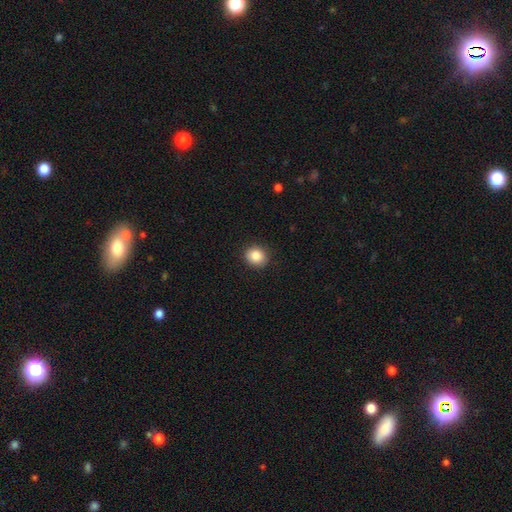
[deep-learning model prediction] Q: Smooth or featured?
A: smooth (86%); runner-up: star or artifact (9%)
Q: How rounded?
A: round (81%); runner-up: in between (19%)
Q: Merging?
A: none (89%); runner-up: minor disturbance (8%)